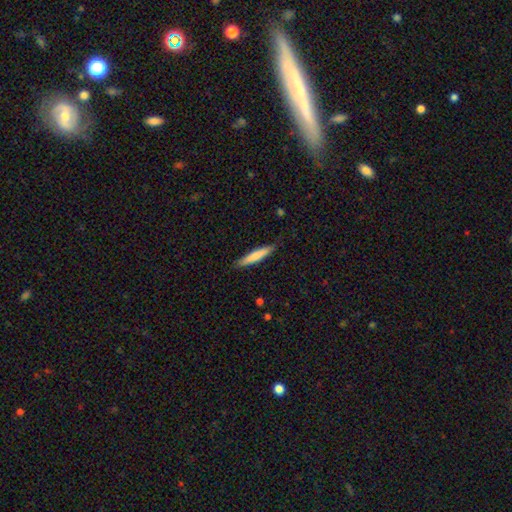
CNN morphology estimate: This appears to be a smooth galaxy with no disk features (75%) that is cigar-shaped (91%). Merging: none (88%).